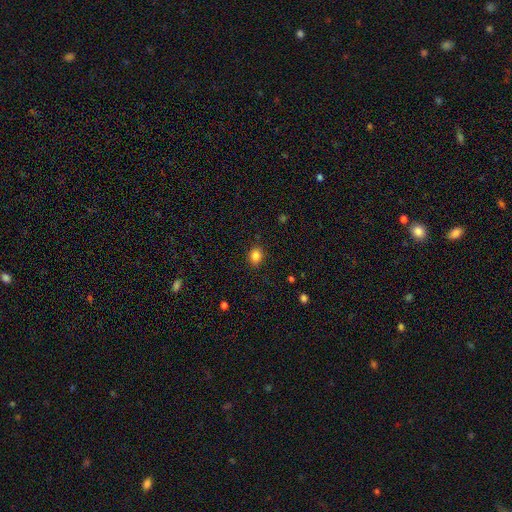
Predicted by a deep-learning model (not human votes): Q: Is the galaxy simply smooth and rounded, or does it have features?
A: smooth — 84%.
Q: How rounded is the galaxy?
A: round — 52%.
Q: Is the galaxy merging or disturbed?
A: none — 88%.